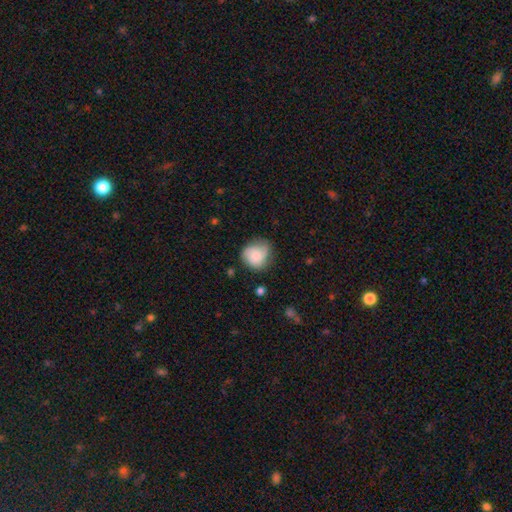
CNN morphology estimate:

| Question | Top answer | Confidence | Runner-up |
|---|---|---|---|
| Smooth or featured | smooth | 64% | featured or disk (28%) |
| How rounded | round | 79% | in between (20%) |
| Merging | none | 63% | minor disturbance (26%) |